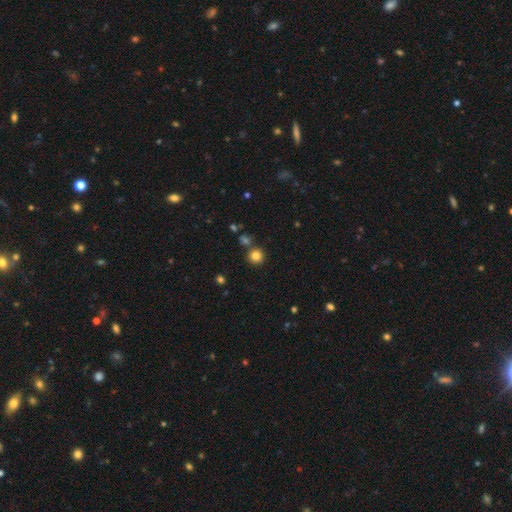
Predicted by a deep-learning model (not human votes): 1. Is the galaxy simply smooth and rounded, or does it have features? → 81% smooth, 13% star or artifact, 5% featured or disk.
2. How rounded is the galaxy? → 94% round, 5% in between, 1% cigar-shaped.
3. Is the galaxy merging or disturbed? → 82% none, 9% merger, 7% minor disturbance, 2% major disturbance.